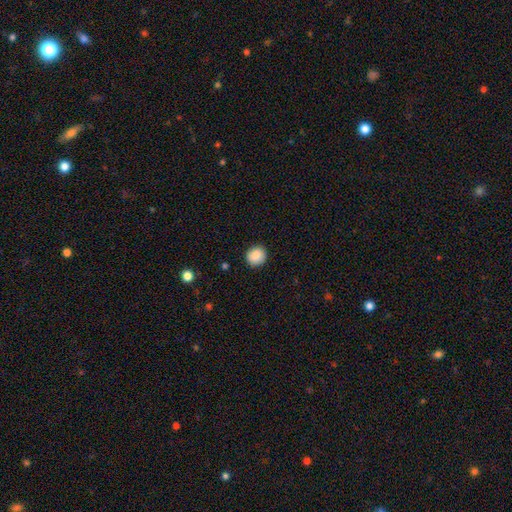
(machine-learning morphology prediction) type=smooth (89%); roundness=round (88%); merging=none (90%).